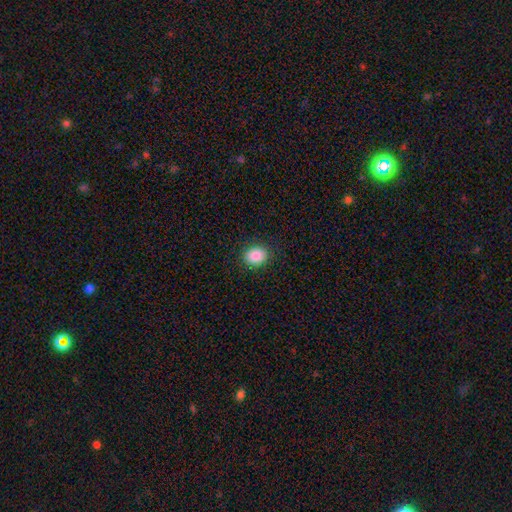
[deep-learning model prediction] The model was most divided on "how rounded": round: 53%, in between: 46%, cigar-shaped: 1%. More confident: merging — none (89%); smooth or featured — smooth (88%).